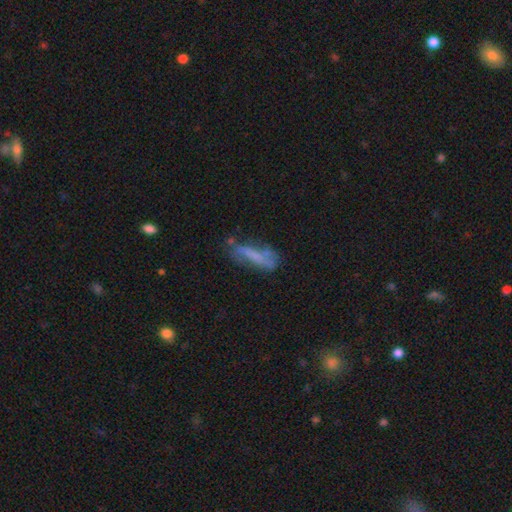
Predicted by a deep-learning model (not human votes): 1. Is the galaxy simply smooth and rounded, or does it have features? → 48% smooth, 41% featured or disk, 11% star or artifact.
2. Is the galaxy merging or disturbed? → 45% none, 27% minor disturbance, 18% major disturbance, 10% merger.